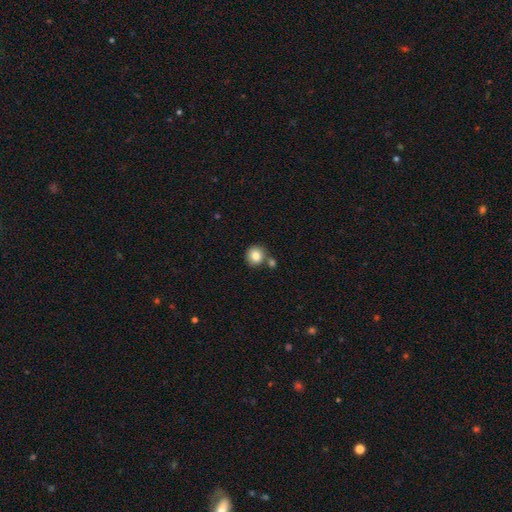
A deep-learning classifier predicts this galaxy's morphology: Smooth or featured? Predicted: smooth (p=0.84). How rounded? Predicted: round (p=0.88). Merging? Predicted: none (p=0.64).